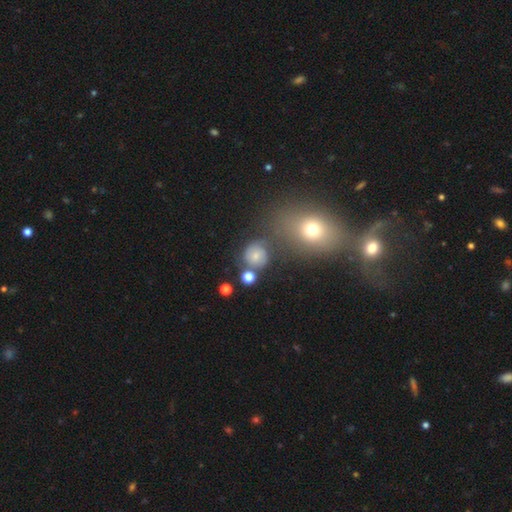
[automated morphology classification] This appears to be a smooth galaxy with no disk features (62%) that is round (84%). Merging: none (67%).